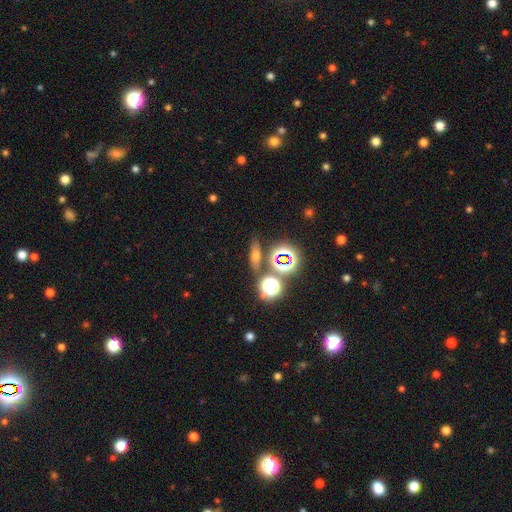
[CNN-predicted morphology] This appears to be a smooth galaxy with no disk features (48%). Merging: none (76%).